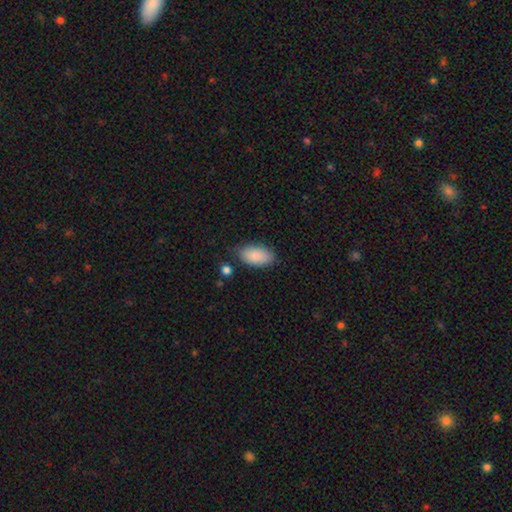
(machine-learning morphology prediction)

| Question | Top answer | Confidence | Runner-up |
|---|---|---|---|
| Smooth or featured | smooth | 88% | star or artifact (6%) |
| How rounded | in between | 94% | cigar-shaped (3%) |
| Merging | none | 79% | minor disturbance (15%) |